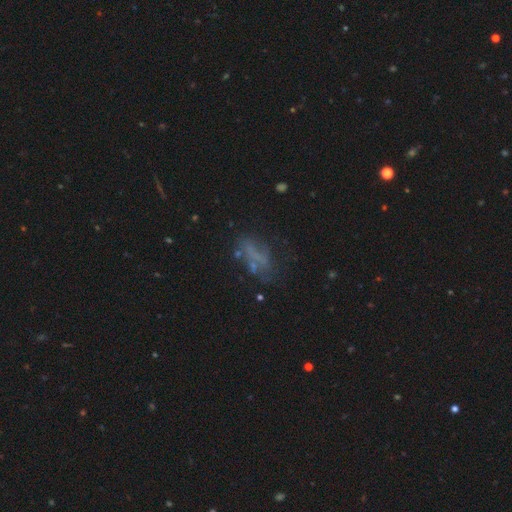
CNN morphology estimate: Smooth or featured?
  - featured or disk: 40% *
  - smooth: 37%
  - star or artifact: 23%
Merging?
  - none: 48% *
  - major disturbance: 23%
  - minor disturbance: 21%
  - merger: 8%